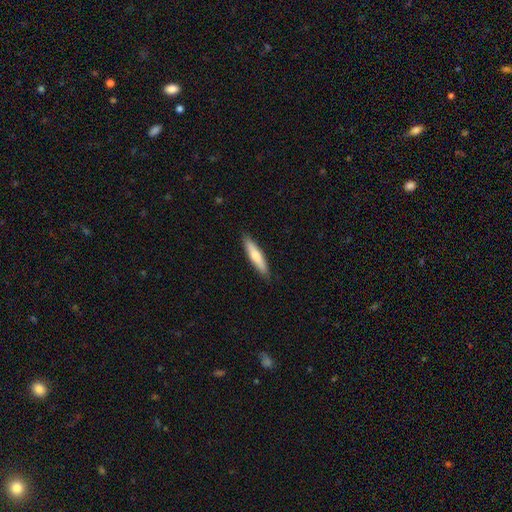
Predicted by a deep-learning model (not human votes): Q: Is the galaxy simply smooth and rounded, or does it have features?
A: smooth — 66%.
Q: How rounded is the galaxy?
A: cigar-shaped — 86%.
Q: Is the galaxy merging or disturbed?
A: none — 89%.